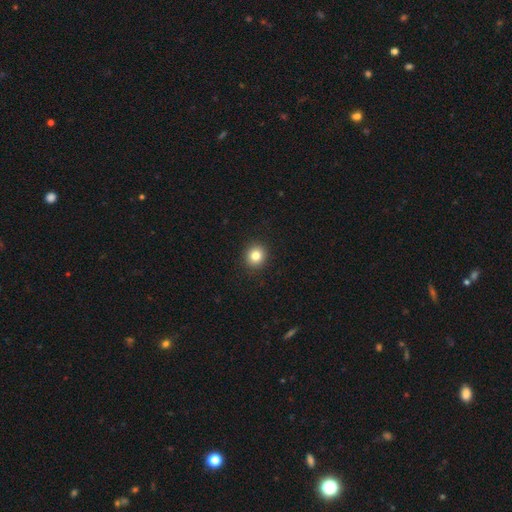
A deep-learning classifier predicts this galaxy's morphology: The model was most divided on "smooth or featured": smooth: 83%, star or artifact: 11%, featured or disk: 6%. More confident: merging — none (92%); how rounded — round (88%).